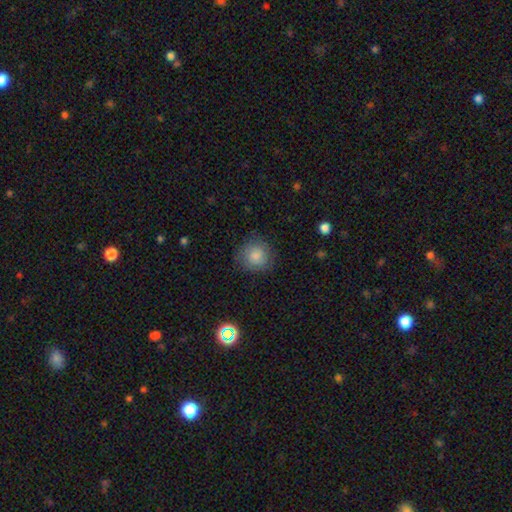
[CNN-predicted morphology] A smooth galaxy with no disk features (80%) that is round (90%). Merging: none (81%).